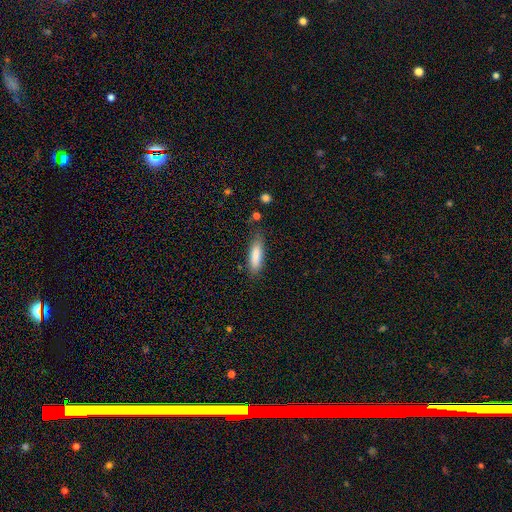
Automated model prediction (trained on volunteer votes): Smooth or featured? Predicted: smooth (p=0.84). How rounded? Predicted: cigar-shaped (p=0.57). Merging? Predicted: none (p=0.77).